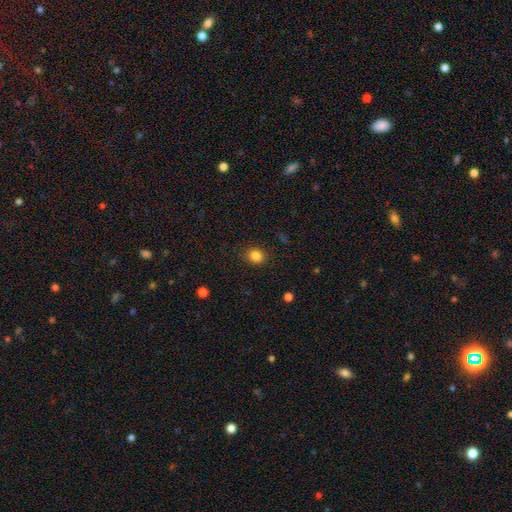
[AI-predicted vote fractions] A smooth galaxy with no disk features (84%) that is round (75%). Merging: none (88%).